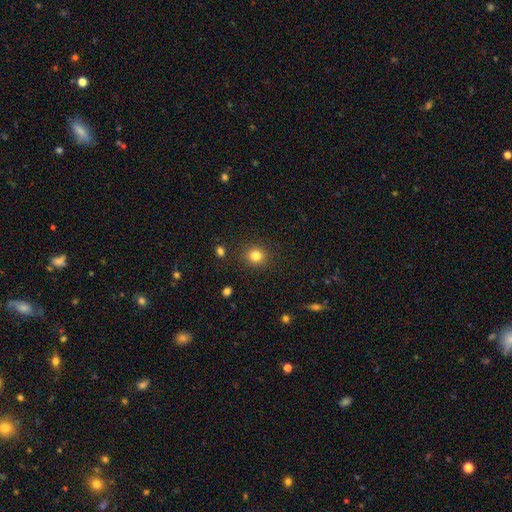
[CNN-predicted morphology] This is clearly a smooth galaxy (82%). How rounded: clearly round (88%). Merging: clearly none (89%).